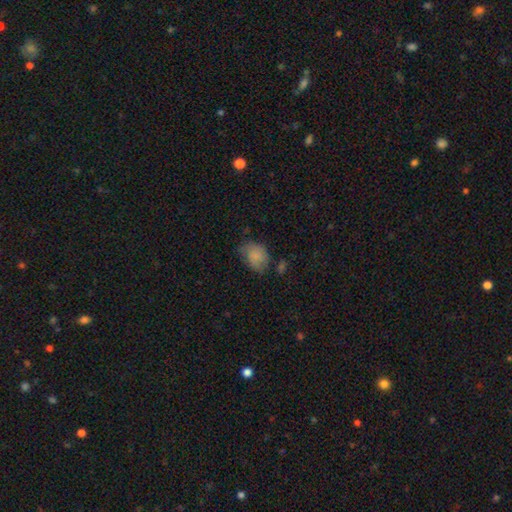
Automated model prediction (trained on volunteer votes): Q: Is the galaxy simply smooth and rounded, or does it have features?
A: smooth — 80%.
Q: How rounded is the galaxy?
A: in between — 64%.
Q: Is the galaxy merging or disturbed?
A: none — 50%.